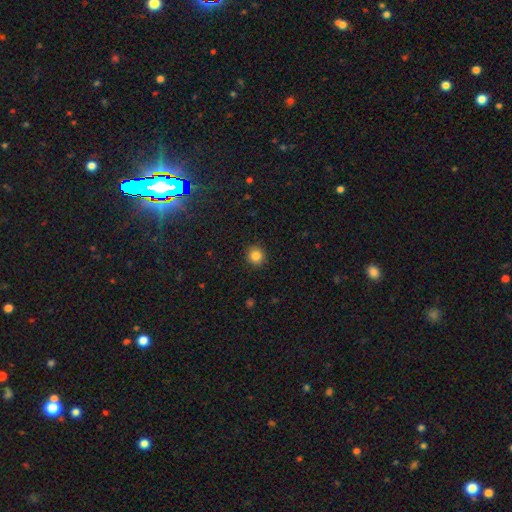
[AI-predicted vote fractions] A smooth galaxy with no disk features (84%) that is round (91%).

Vote fractions:
- Smooth or featured? smooth: 84% / star or artifact: 11% / featured or disk: 5%
- How rounded? round: 91% / in between: 8% / cigar-shaped: 1%
- Merging? none: 92% / minor disturbance: 5% / major disturbance: 2% / merger: 1%